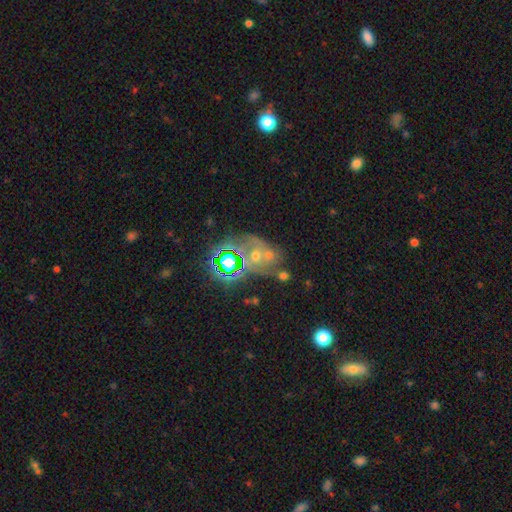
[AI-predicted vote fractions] smooth_or_featured: star or artifact (p=0.37) [alt: smooth p=0.32]